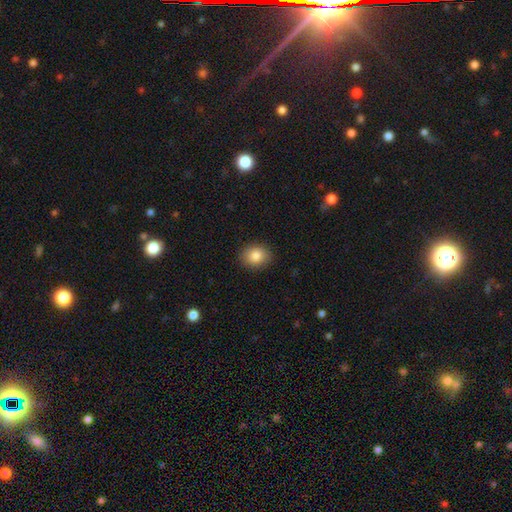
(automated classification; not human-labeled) Smooth or featured? Predicted: smooth (p=0.85). How rounded? Predicted: round (p=0.61). Merging? Predicted: none (p=0.89).